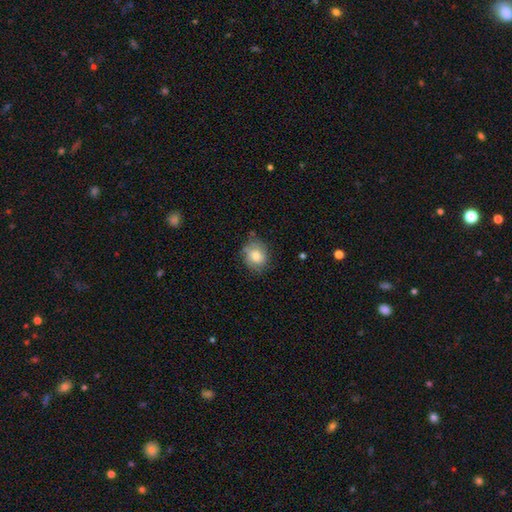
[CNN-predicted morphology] type=smooth (68%); roundness=round (59%); merging=none (67%).